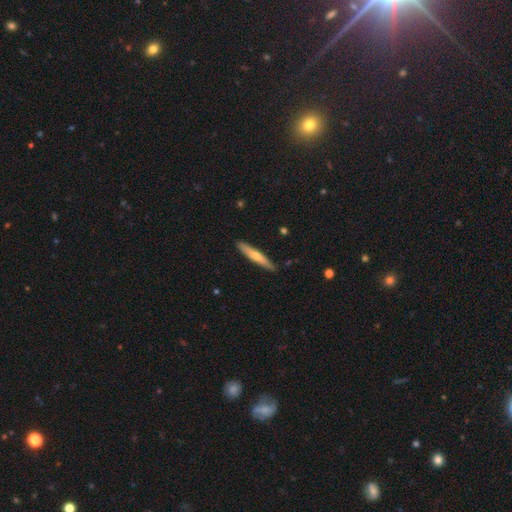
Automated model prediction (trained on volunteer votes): Overall: smooth (53%; featured or disk 42%). How rounded: cigar-shaped (92%). Merging: none (88%).